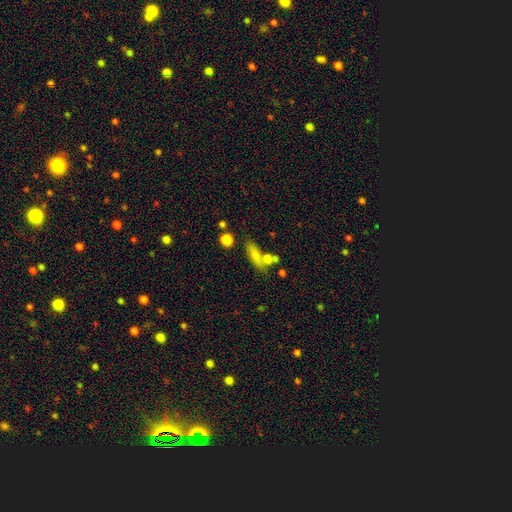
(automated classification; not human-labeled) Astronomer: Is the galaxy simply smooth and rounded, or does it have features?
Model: smooth — 72%.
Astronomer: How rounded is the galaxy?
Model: in between — 48% (runner-up: cigar-shaped, 45%).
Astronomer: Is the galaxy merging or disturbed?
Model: none — 52%.